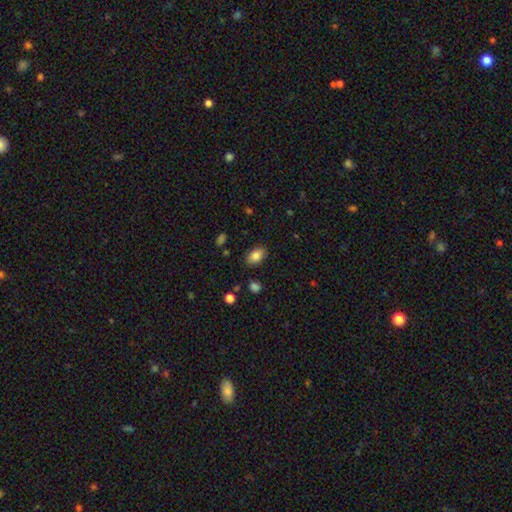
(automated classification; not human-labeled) smooth_or_featured: smooth (p=0.84) [alt: star or artifact p=0.09]
how_rounded: in between (p=0.88) [alt: round p=0.10]
merging: none (p=0.84) [alt: minor disturbance p=0.11]